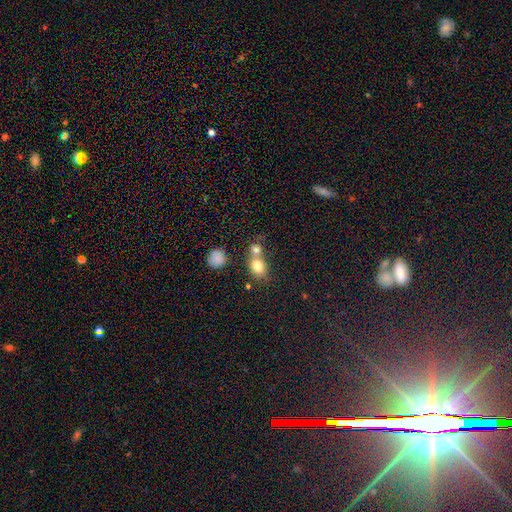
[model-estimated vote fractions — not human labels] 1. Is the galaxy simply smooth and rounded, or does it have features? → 76% smooth, 13% star or artifact, 10% featured or disk.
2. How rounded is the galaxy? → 54% round, 45% in between, 2% cigar-shaped.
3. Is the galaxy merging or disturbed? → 47% merger, 40% none, 8% minor disturbance, 4% major disturbance.